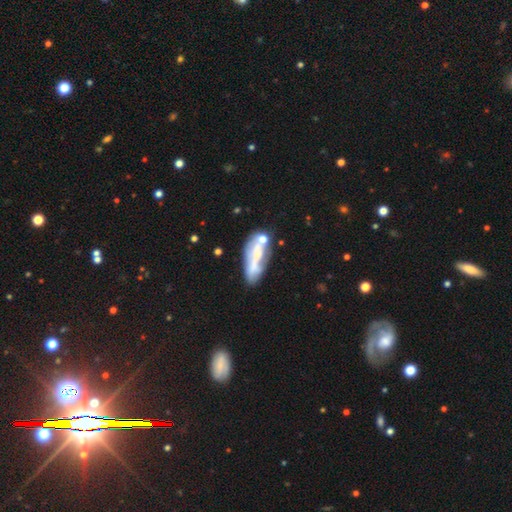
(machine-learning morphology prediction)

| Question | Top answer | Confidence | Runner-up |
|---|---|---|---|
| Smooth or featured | featured or disk | 49% | smooth (42%) |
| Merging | none | 43% | minor disturbance (23%) |